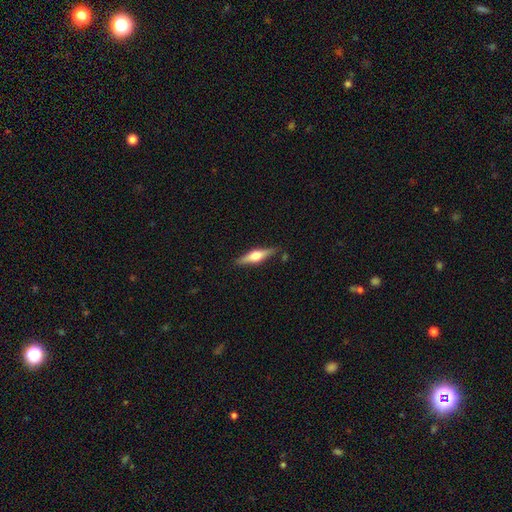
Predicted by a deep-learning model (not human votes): Smooth or featured? featured or disk (67%)
Edge-on disk? yes (97%)
Edge-on bulge? rounded (94%)
Merging? none (86%)